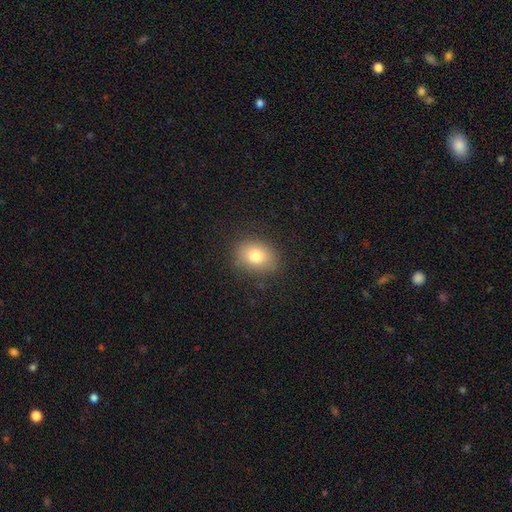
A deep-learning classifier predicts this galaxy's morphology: Smooth or featured?
  - smooth: 77% *
  - featured or disk: 12%
  - star or artifact: 11%
How rounded?
  - in between: 55% *
  - round: 44%
  - cigar-shaped: 1%
Merging?
  - none: 82% *
  - minor disturbance: 12%
  - major disturbance: 4%
  - merger: 1%